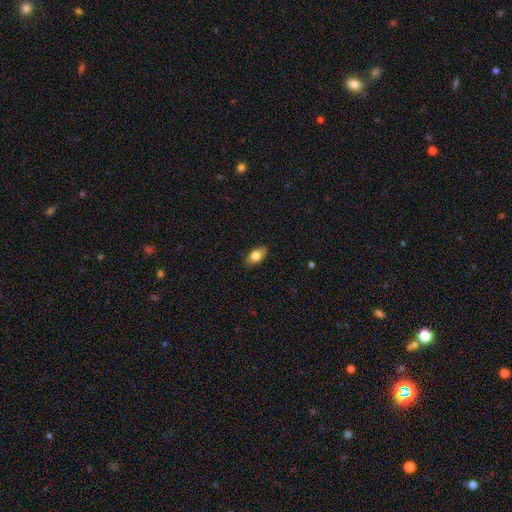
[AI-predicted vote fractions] Smooth or featured: smooth — 77% (featured or disk — 15%)
How rounded: in between — 86% (round — 8%)
Merging: none — 84% (minor disturbance — 13%)